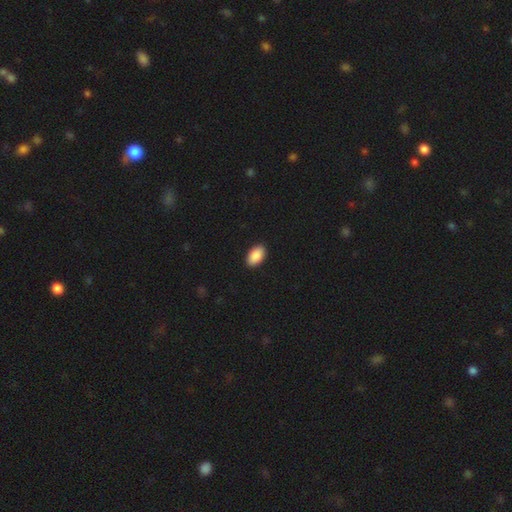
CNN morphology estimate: smooth_or_featured: smooth (p=0.90) [alt: star or artifact p=0.07]
how_rounded: in between (p=0.94) [alt: round p=0.04]
merging: none (p=0.91) [alt: minor disturbance p=0.07]